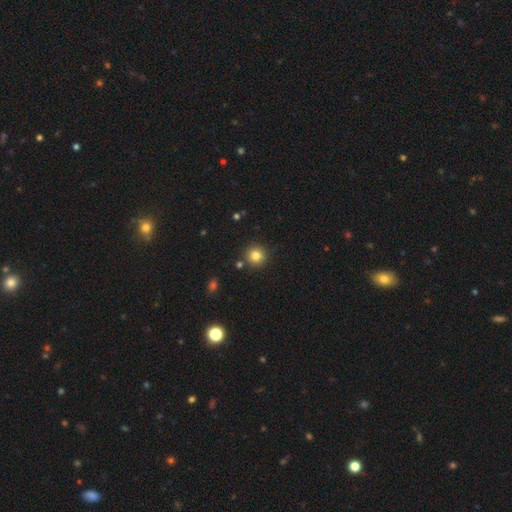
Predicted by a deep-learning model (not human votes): Morphology: type=smooth (82%); roundness=round (94%); merging=none (87%).